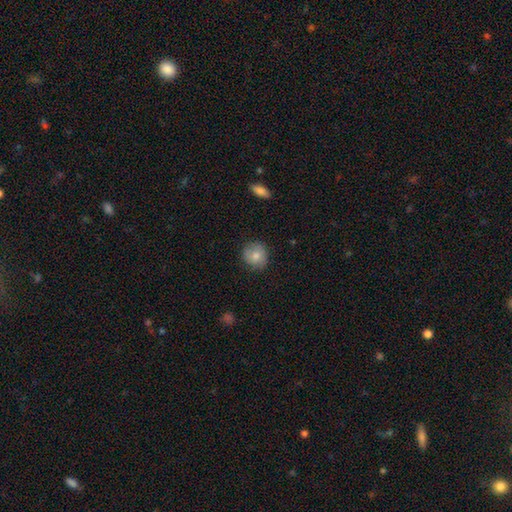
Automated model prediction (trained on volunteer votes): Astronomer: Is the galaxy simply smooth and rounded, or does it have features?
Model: smooth — 78%.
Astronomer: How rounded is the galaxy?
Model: round — 87%.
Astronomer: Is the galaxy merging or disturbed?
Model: none — 81%.